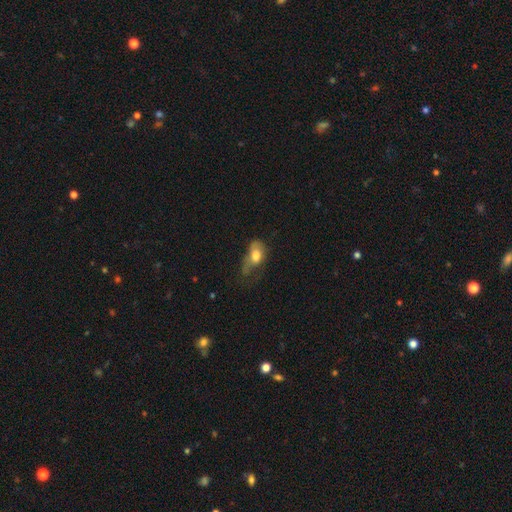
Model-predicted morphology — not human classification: smooth 68%, featured or disk 24%, star or artifact 8%. Down the decision tree: how rounded — in between (84%); merging — major disturbance (50%).